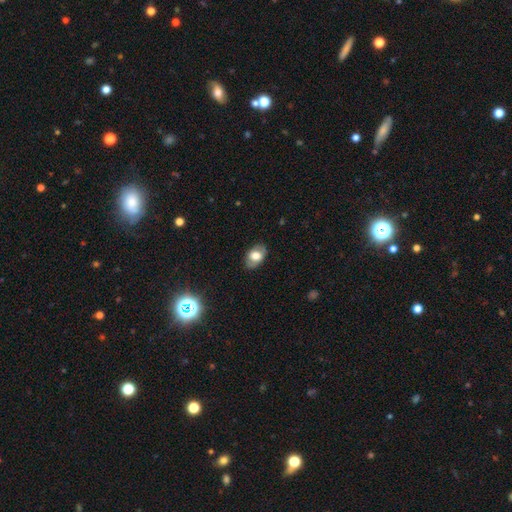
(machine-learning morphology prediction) Overall: smooth (63%; featured or disk 28%). How rounded: in between (85%). Merging: none (78%).